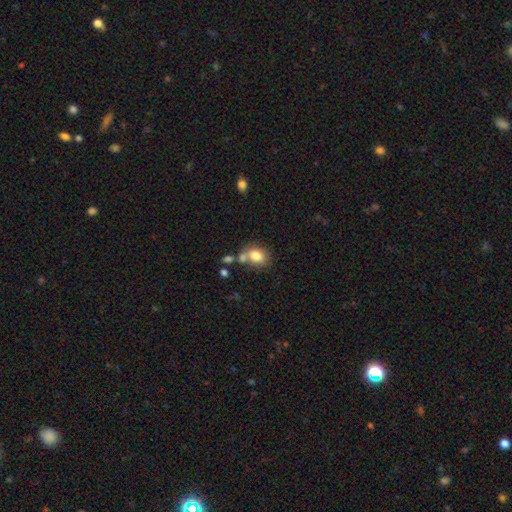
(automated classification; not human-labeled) The model was most divided on "how rounded": round: 52%, in between: 47%, cigar-shaped: 1%. More confident: smooth or featured — smooth (79%); merging — none (51%).